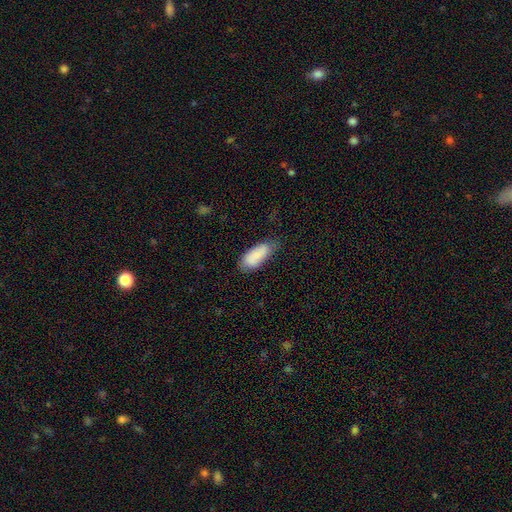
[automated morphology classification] smooth-or-featured: smooth: 85% | featured or disk: 9% | star or artifact: 6%
  how-rounded: in between: 84% | cigar-shaped: 14% | round: 2%
  merging: none: 59% | minor disturbance: 32% | major disturbance: 7% | merger: 2%